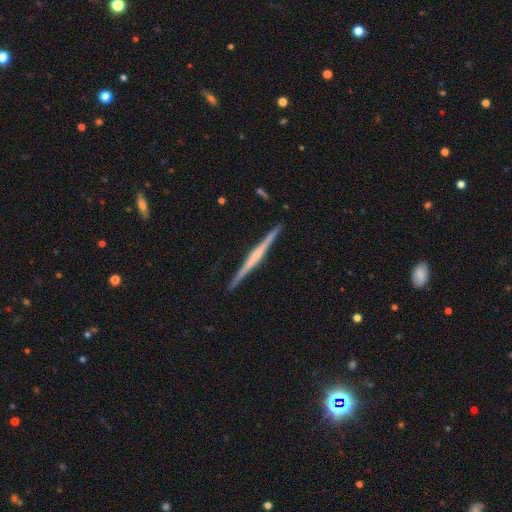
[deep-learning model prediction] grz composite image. It shows a featured or disk galaxy (75%) viewed edge-on (98%) with a rounded central bulge (41%). Merging: none (92%).